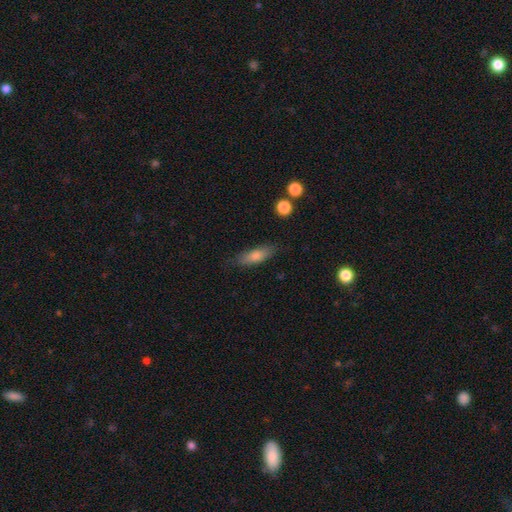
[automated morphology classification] Smooth or featured? Predicted: smooth (p=0.75). How rounded? Predicted: in between (p=0.54). Merging? Predicted: none (p=0.81).